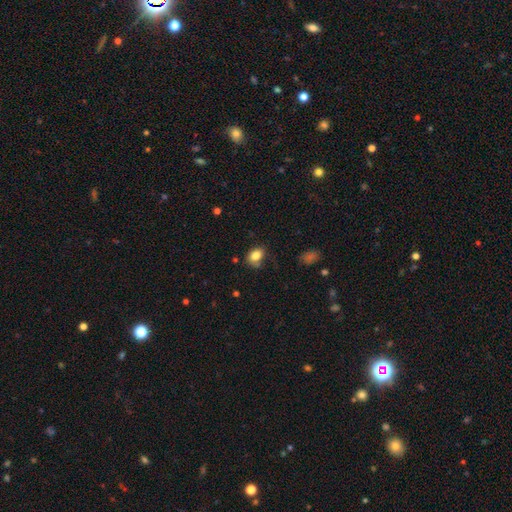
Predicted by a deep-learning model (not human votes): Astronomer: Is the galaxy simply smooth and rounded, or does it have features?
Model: smooth — 82%.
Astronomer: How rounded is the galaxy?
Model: in between — 74%.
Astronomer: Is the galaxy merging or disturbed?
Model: none — 62%.